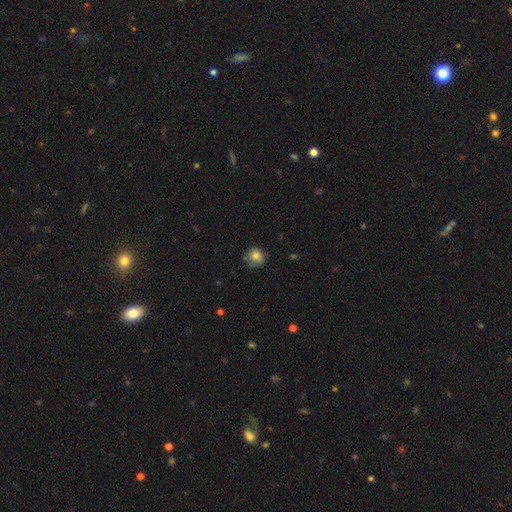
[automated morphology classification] Smooth or featured?
  - smooth: 79% *
  - featured or disk: 11%
  - star or artifact: 10%
How rounded?
  - round: 82% *
  - in between: 17%
  - cigar-shaped: 1%
Merging?
  - none: 69% *
  - minor disturbance: 24%
  - major disturbance: 5%
  - merger: 2%